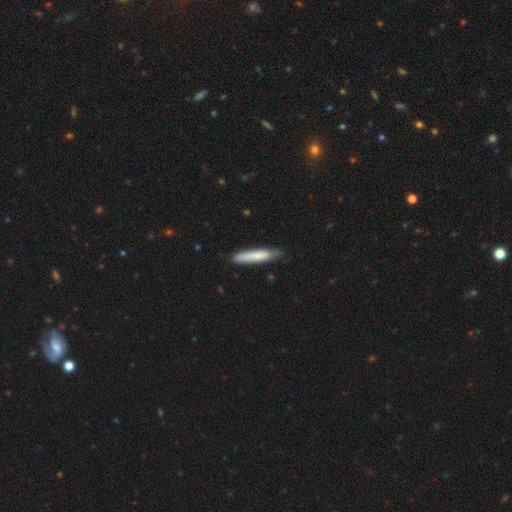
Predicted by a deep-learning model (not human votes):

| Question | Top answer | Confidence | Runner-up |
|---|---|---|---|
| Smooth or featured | smooth | 72% | featured or disk (22%) |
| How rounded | cigar-shaped | 91% | in between (8%) |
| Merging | none | 75% | minor disturbance (21%) |